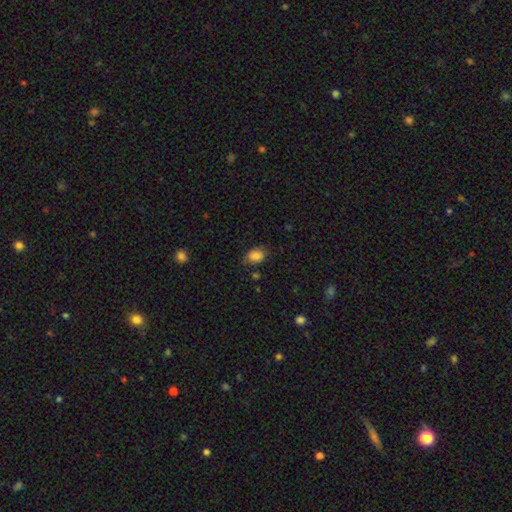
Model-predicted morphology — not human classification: This is clearly a smooth galaxy (84%). How rounded: likely in between (70%). Merging: likely none (72%).